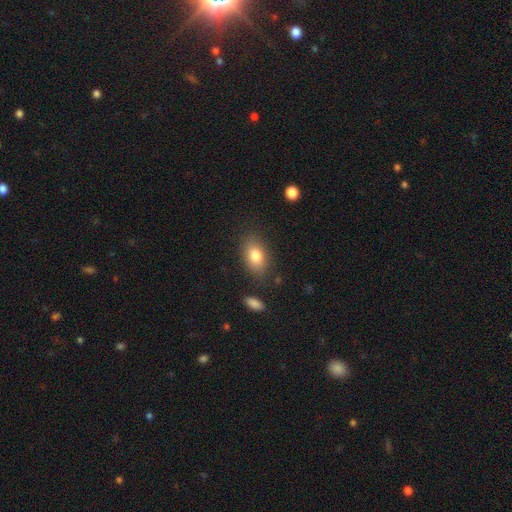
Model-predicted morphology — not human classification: Q: Smooth or featured?
A: smooth (81%); runner-up: featured or disk (11%)
Q: How rounded?
A: in between (86%); runner-up: round (11%)
Q: Merging?
A: none (81%); runner-up: minor disturbance (12%)